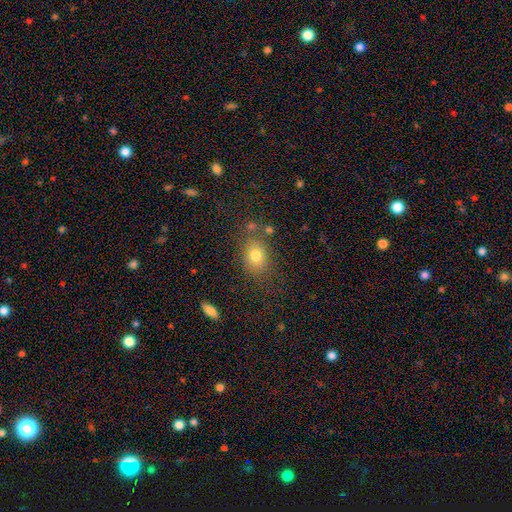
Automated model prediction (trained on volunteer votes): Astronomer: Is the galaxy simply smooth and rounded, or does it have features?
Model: smooth — 77%.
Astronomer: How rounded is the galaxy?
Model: in between — 61% (runner-up: round, 37%).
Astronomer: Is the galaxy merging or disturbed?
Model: none — 72%.